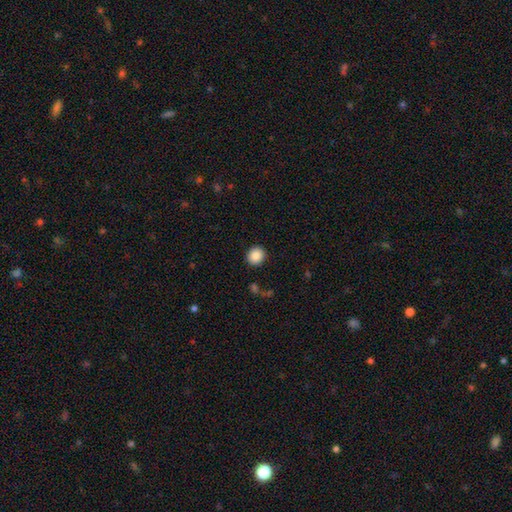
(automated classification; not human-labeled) This appears to be a smooth galaxy with no disk features (88%) that is round (86%). Merging: none (89%).